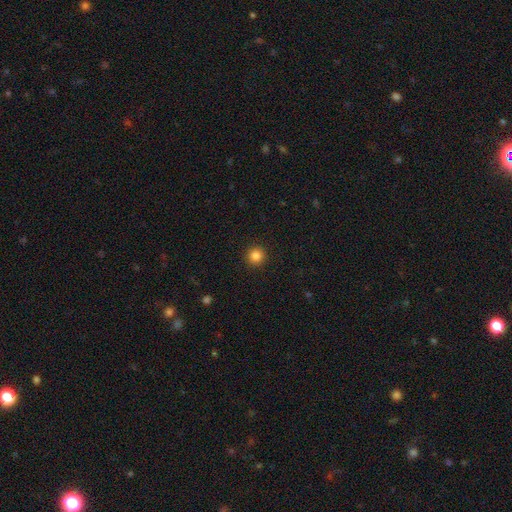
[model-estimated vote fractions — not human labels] smooth-or-featured: smooth: 84% | star or artifact: 12% | featured or disk: 4%
  how-rounded: round: 95% | in between: 4% | cigar-shaped: 1%
  merging: none: 93% | minor disturbance: 5% | major disturbance: 2% | merger: 1%